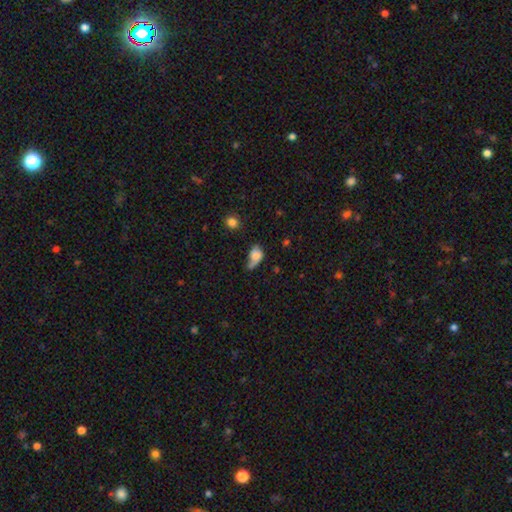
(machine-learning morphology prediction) Q: Smooth or featured?
A: smooth (71%); runner-up: featured or disk (18%)
Q: How rounded?
A: in between (70%); runner-up: round (27%)
Q: Merging?
A: minor disturbance (31%); runner-up: major disturbance (25%)